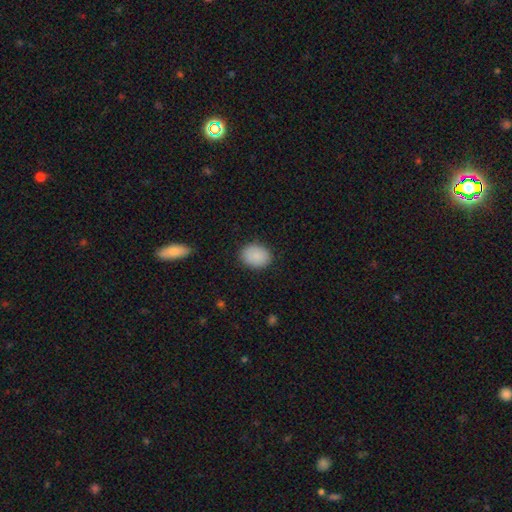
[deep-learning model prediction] A smooth galaxy with no disk features (89%) that is in between round and cigar-shaped (58%). Merging: none (87%).